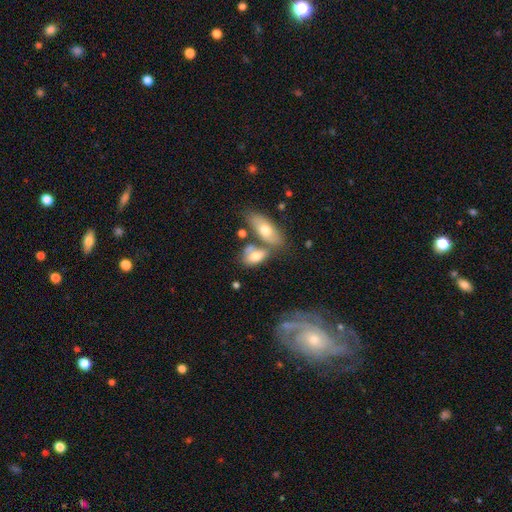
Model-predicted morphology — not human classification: A smooth galaxy with no disk features (70%) that is in between round and cigar-shaped (87%). Merging: merger (40%, tied with none).